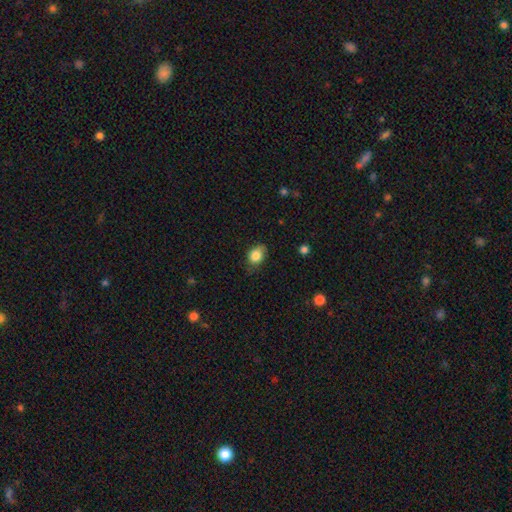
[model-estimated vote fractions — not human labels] Morphology: type=smooth (85%); roundness=in between (69%); merging=none (64%).